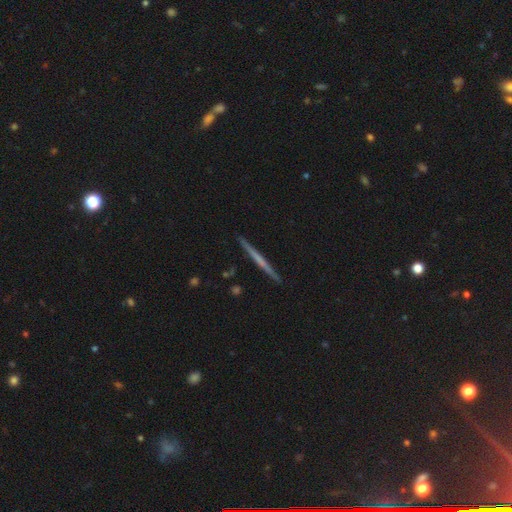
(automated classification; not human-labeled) Smooth or featured? Predicted: featured or disk (p=0.58). Edge-on disk? Predicted: yes (p=0.98). Edge-on bulge? Predicted: none (p=0.84). Merging? Predicted: none (p=0.92).